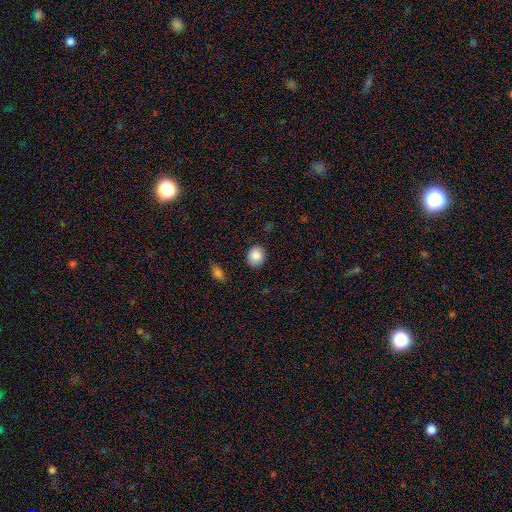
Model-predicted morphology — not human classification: Smooth or featured? smooth (86%)
How rounded? round (75%)
Merging? none (87%)